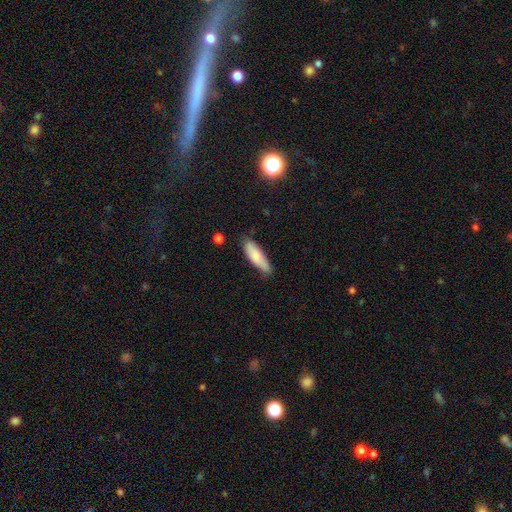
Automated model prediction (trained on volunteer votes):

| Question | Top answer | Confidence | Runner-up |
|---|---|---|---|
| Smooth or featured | smooth | 80% | featured or disk (14%) |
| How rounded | cigar-shaped | 51% | in between (47%) |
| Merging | none | 71% | minor disturbance (23%) |